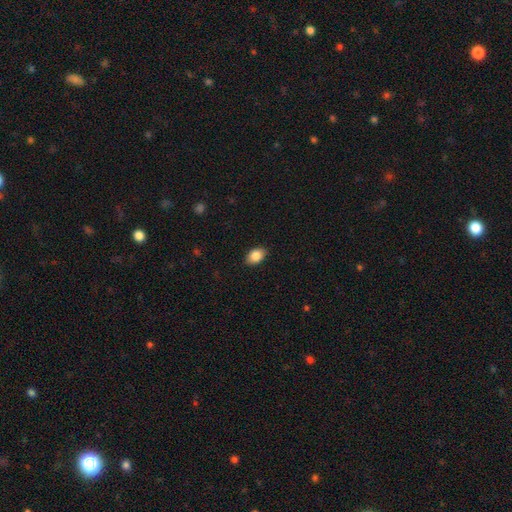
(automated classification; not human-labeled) smooth-or-featured: smooth: 87% | star or artifact: 7% | featured or disk: 6%
  how-rounded: in between: 83% | round: 16% | cigar-shaped: 1%
  merging: none: 87% | minor disturbance: 10% | major disturbance: 2% | merger: 1%